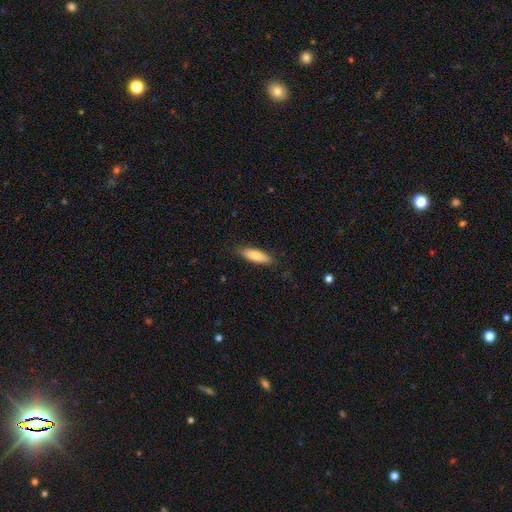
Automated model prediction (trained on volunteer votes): This is clearly a smooth galaxy (80%). How rounded: possibly in between (52%). Merging: clearly none (83%).